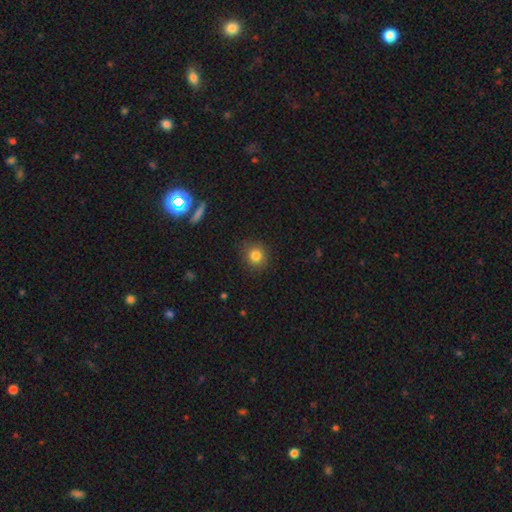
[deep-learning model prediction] Smooth or featured? Predicted: smooth (p=0.83). How rounded? Predicted: round (p=0.86). Merging? Predicted: none (p=0.87).